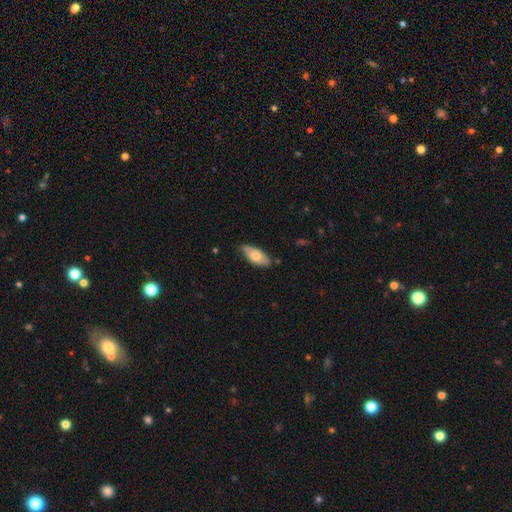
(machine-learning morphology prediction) This is likely a smooth galaxy (68%). How rounded: clearly in between (87%). Merging: likely none (68%).